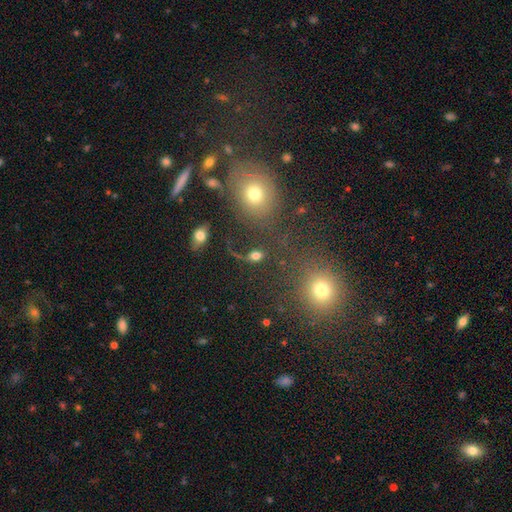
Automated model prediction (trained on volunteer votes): A smooth galaxy with no disk features (70%) that is in between round and cigar-shaped (56%).

Vote fractions:
- Smooth or featured? smooth: 70% / star or artifact: 16% / featured or disk: 14%
- How rounded? in between: 56% / round: 39% / cigar-shaped: 5%
- Merging? none: 49% / major disturbance: 20% / merger: 16% / minor disturbance: 15%